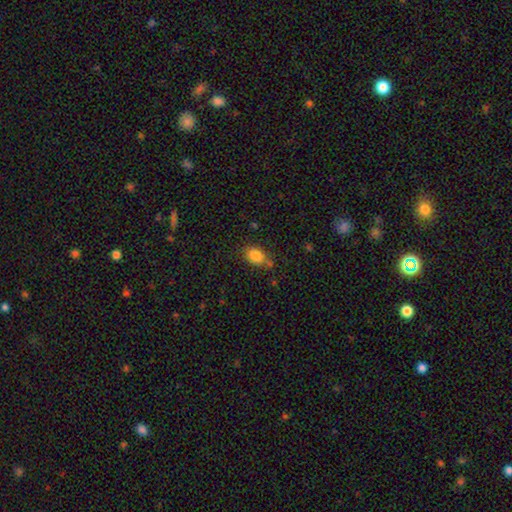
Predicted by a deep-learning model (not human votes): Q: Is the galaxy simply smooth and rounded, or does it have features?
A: smooth — 84%.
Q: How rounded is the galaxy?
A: in between — 71%.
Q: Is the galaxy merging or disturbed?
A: none — 71%.